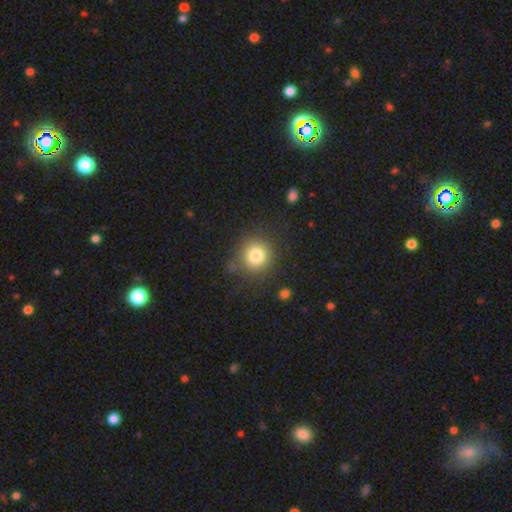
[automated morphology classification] This is clearly a smooth galaxy (80%). How rounded: clearly round (89%). Merging: likely none (78%).